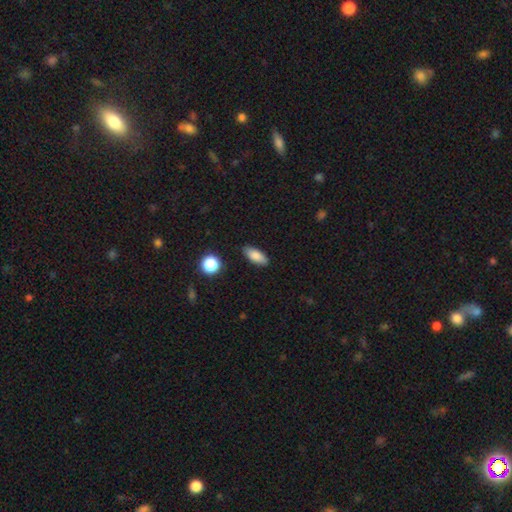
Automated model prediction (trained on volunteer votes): Smooth or featured? smooth (84%)
How rounded? in between (81%)
Merging? none (87%)